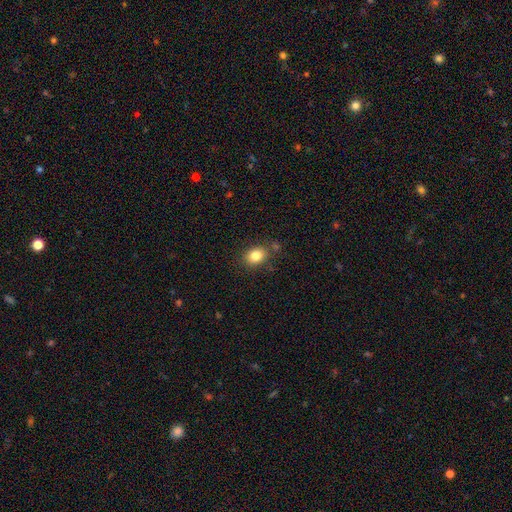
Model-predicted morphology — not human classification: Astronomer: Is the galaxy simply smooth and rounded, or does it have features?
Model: smooth — 83%.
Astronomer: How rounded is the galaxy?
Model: in between — 63%.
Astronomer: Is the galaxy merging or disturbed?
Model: none — 77%.